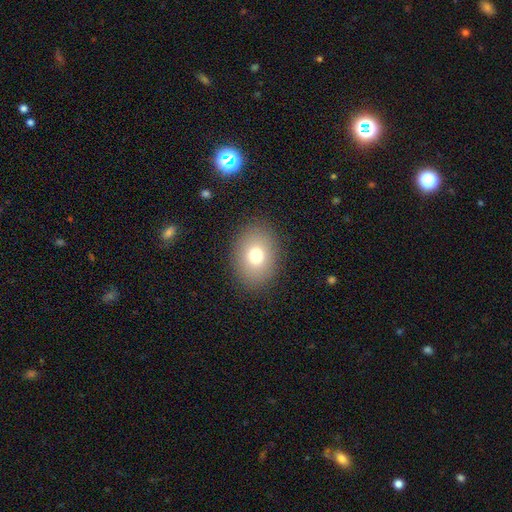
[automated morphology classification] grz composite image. It shows a smooth galaxy with no disk features (76%) that is in between round and cigar-shaped (66%). Merging: none (88%).